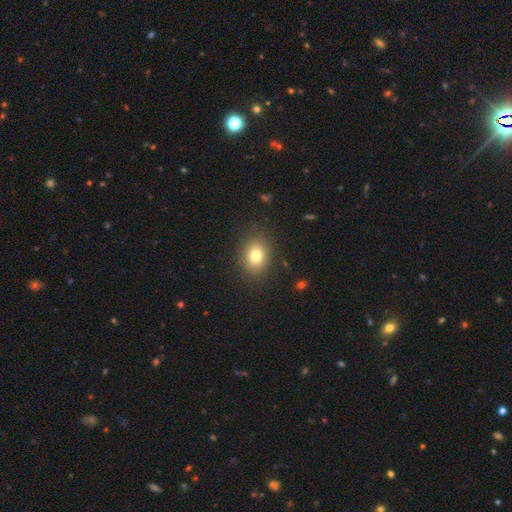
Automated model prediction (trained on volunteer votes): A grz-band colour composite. It shows a smooth galaxy with no disk features (78%) that is in between round and cigar-shaped (53%). Merging: none (87%).